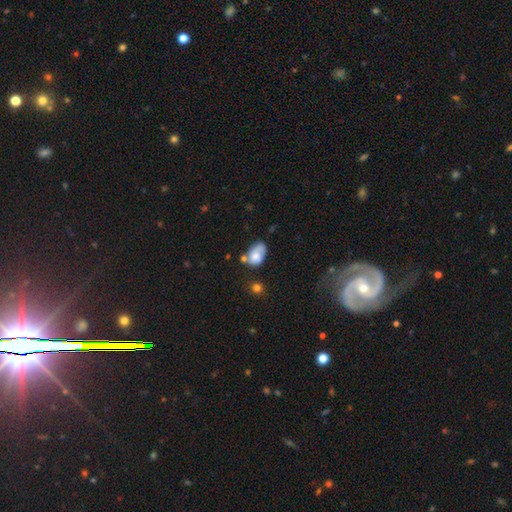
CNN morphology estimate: Smooth or featured? Predicted: smooth (p=0.66). How rounded? Predicted: in between (p=0.87). Merging? Predicted: none (p=0.42).